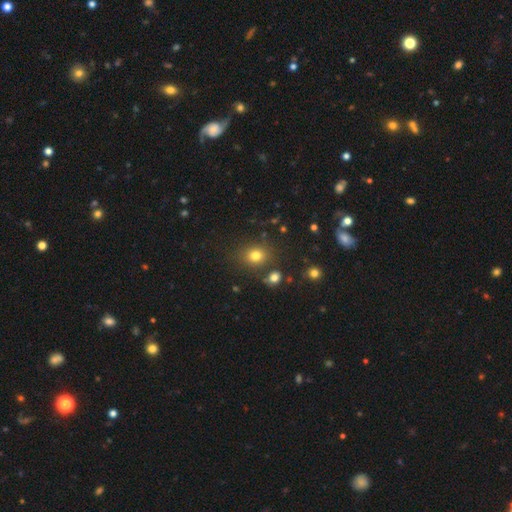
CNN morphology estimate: This appears to be a smooth galaxy with no disk features (77%) that is round (66%). Merging: none (78%).